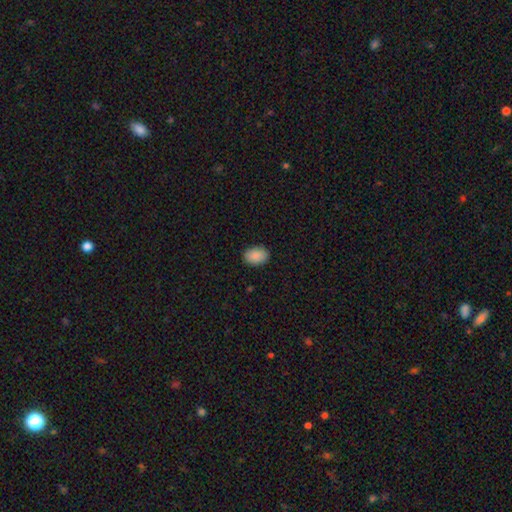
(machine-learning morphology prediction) Smooth or featured? Predicted: smooth (p=0.90). How rounded? Predicted: in between (p=0.80). Merging? Predicted: none (p=0.88).